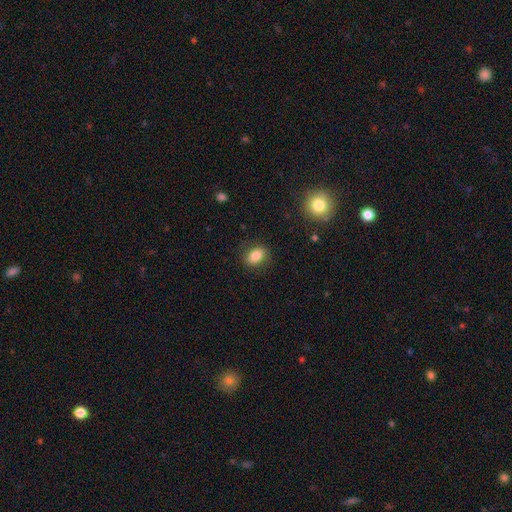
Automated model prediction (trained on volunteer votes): Smooth or featured? smooth (83%)
How rounded? in between (78%)
Merging? none (83%)